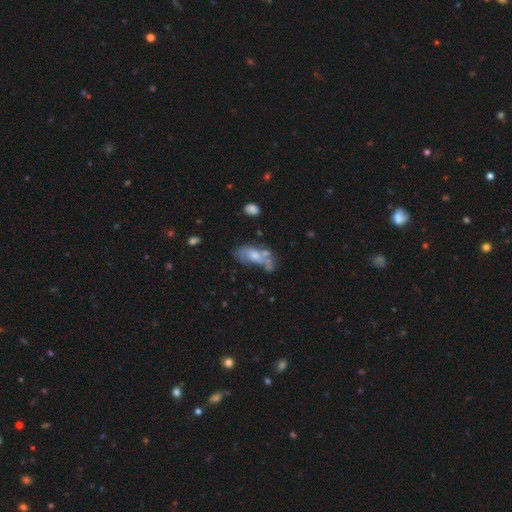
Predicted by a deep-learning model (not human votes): Smooth or featured? featured or disk (47%)
Merging? none (30%)